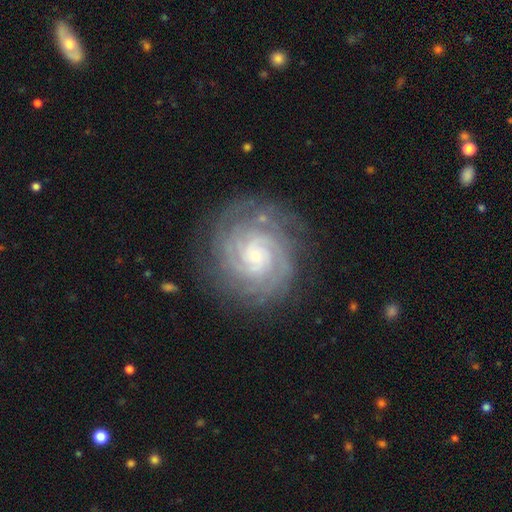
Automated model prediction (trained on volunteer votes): A featured or disk galaxy (89%) with no bar (71%), 4 (23%) tight (81%) spiral arms (98%) and a small central bulge (81%).

Vote fractions:
- Smooth or featured? featured or disk: 89% / star or artifact: 6% / smooth: 5%
- Edge-on disk? no: 98% / yes: 2%
- Bar? no: 71% / weak: 22% / strong: 6%
- Spiral arms? yes: 98% / no: 2%
- Spiral winding? tight: 81% / medium: 17% / loose: 2%
- Spiral arm count? 4: 23% / 3: 21% / can't tell: 20% / 2: 17% / more than 4: 12% / 1: 7%
- Bulge size? small: 81% / moderate: 14% / none: 2% / large: 1% / dominant: 1%
- Merging? none: 80% / minor disturbance: 13% / major disturbance: 5% / merger: 2%